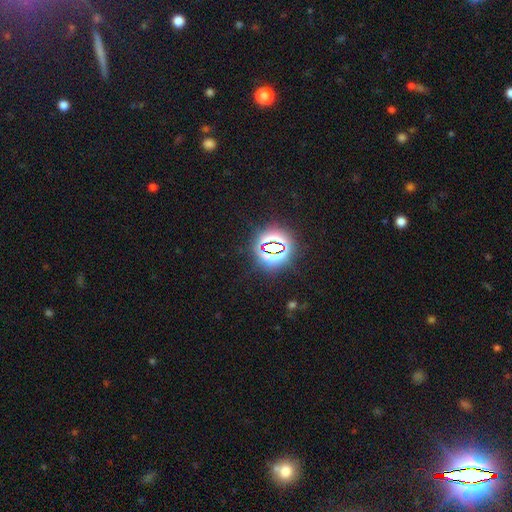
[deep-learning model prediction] Smooth or featured: star or artifact — 80% (smooth — 14%)